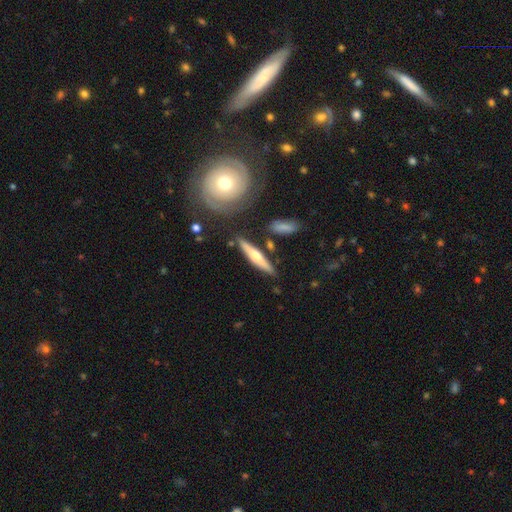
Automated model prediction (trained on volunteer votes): Smooth or featured? Predicted: featured or disk (p=0.49). Merging? Predicted: none (p=0.80).